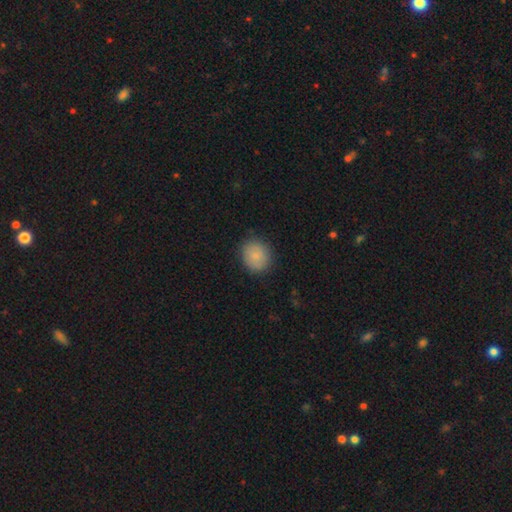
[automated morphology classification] smooth-or-featured: smooth: 84% | star or artifact: 8% | featured or disk: 8%
  how-rounded: round: 78% | in between: 21% | cigar-shaped: 1%
  merging: none: 86% | minor disturbance: 10% | major disturbance: 3% | merger: 1%